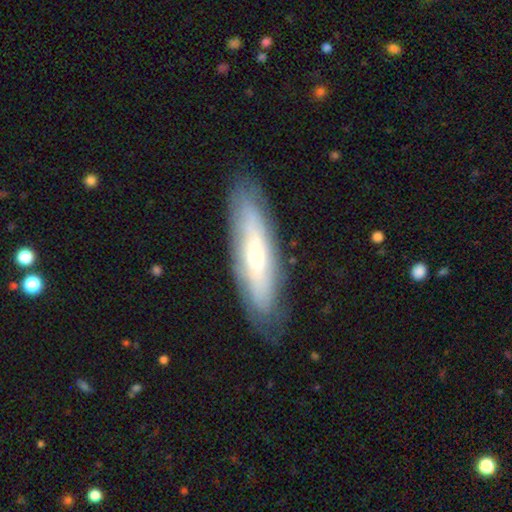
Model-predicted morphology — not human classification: This is possibly a featured or disk galaxy (48%). Merging: likely none (80%).